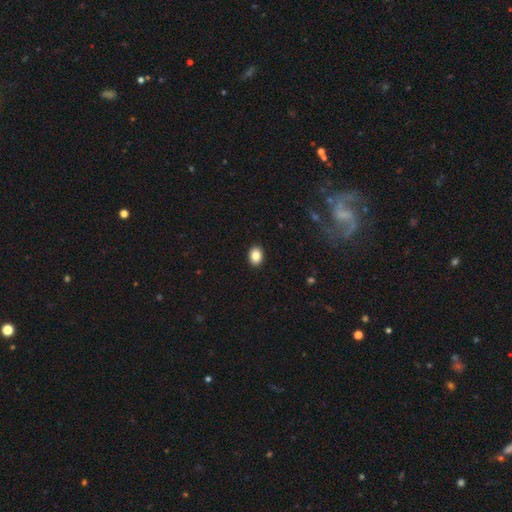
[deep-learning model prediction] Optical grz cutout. It shows a smooth galaxy with no disk features (85%) that is in between round and cigar-shaped (72%). Merging: none (91%).